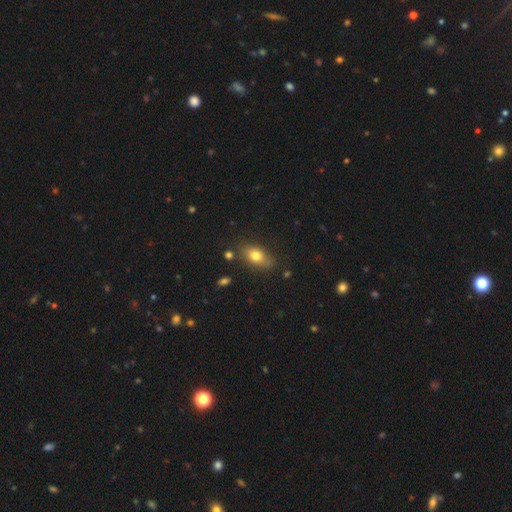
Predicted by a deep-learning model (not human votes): Morphology: type=smooth (77%); roundness=in between (80%); merging=none (75%).